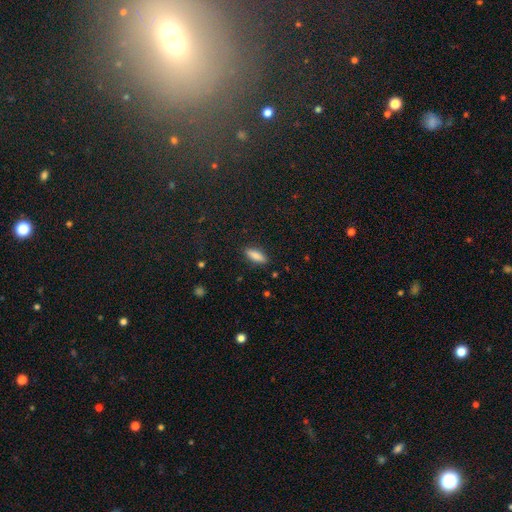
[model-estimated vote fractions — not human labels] The model was most divided on "how rounded": in between: 56%, cigar-shaped: 41%, round: 2%. More confident: merging — none (87%); smooth or featured — smooth (83%).